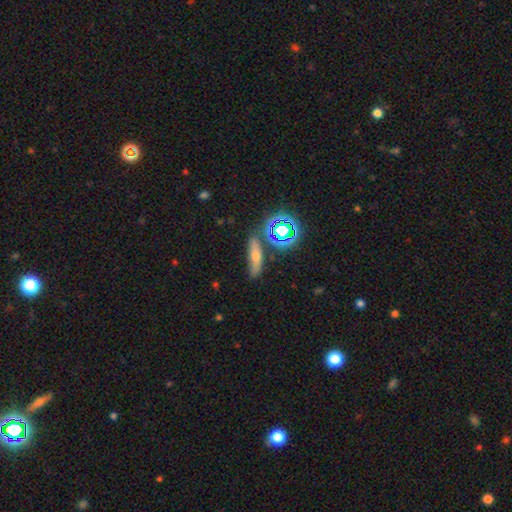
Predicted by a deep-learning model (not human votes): Smooth or featured?
  - smooth: 47% *
  - featured or disk: 28%
  - star or artifact: 25%
Merging?
  - none: 74% *
  - minor disturbance: 13%
  - merger: 8%
  - major disturbance: 5%